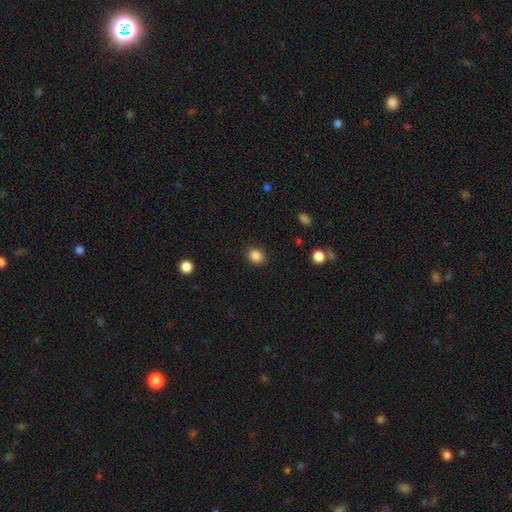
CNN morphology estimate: smooth 86%, star or artifact 11%, featured or disk 3%. Down the decision tree: how rounded — round (66%); merging — none (87%).